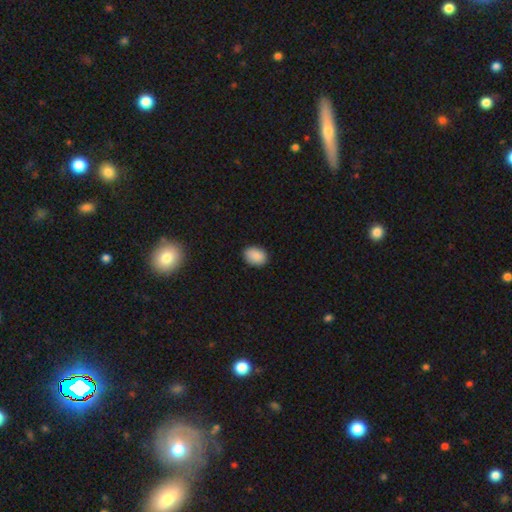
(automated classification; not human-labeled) smooth 89%, star or artifact 8%, featured or disk 3%. Down the decision tree: how rounded — in between (79%); merging — none (86%).